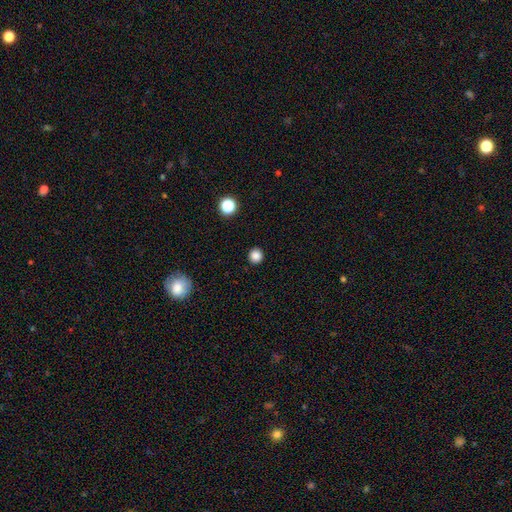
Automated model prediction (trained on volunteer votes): Smooth or featured: smooth — 85% (star or artifact — 12%)
How rounded: round — 93% (in between — 6%)
Merging: none — 93% (minor disturbance — 5%)